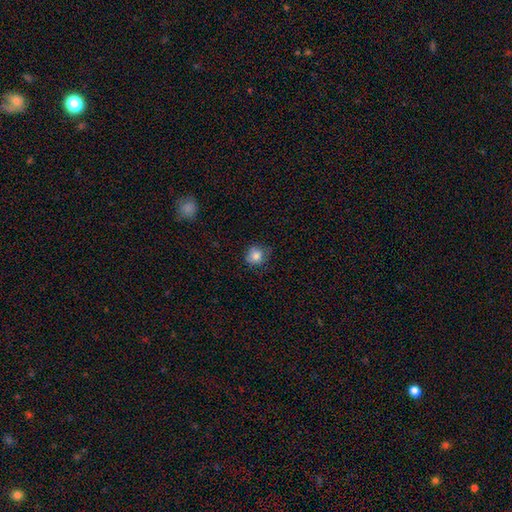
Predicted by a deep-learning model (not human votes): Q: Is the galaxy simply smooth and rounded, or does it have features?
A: smooth — 83%.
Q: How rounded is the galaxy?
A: round — 85%.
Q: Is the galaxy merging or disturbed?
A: none — 70%.